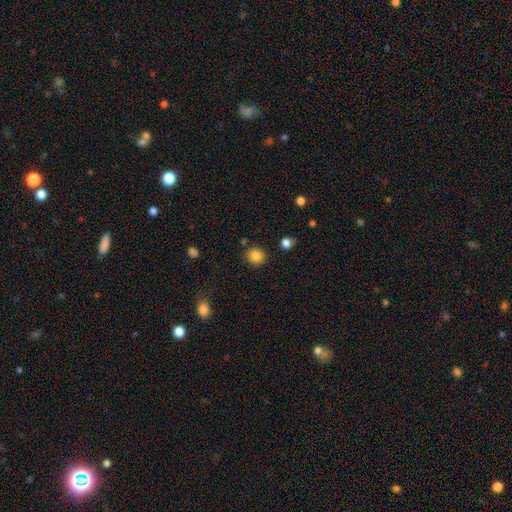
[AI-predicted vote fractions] smooth_or_featured: smooth (p=0.85) [alt: star or artifact p=0.10]
how_rounded: round (p=0.91) [alt: in between p=0.09]
merging: none (p=0.86) [alt: minor disturbance p=0.08]